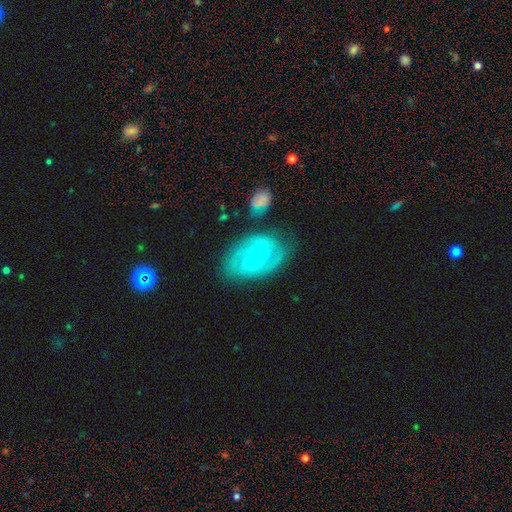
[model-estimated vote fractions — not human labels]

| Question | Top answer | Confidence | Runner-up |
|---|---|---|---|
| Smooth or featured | featured or disk | 69% | smooth (23%) |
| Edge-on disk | no | 96% | yes (4%) |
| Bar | no | 46% | weak (38%) |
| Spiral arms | yes | 71% | no (29%) |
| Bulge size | small | 67% | moderate (29%) |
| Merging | none | 47% | merger (28%) |